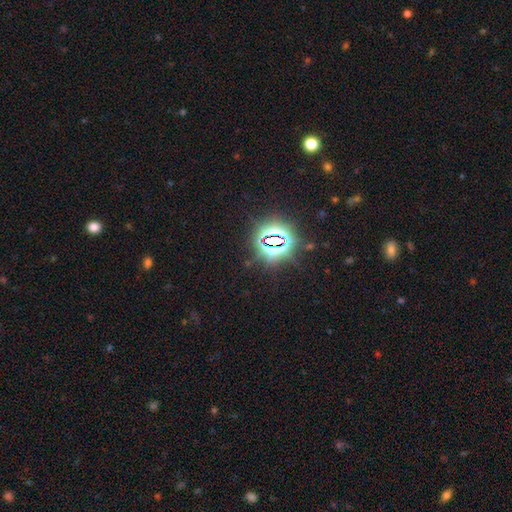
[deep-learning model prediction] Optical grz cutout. It shows a star or artifact, not a galaxy (81%).